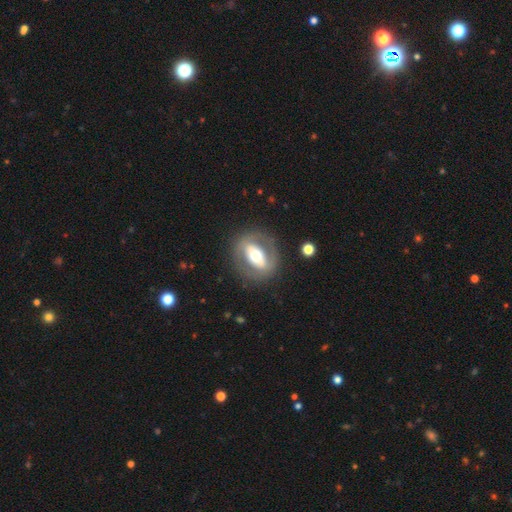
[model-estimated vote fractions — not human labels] Smooth or featured: featured or disk — 60% (smooth — 34%)
Edge-on disk: no — 90% (yes — 10%)
Bar: strong — 45% (no — 32%)
Spiral arms: no — 74% (yes — 26%)
Bulge size: moderate — 61% (large — 27%)
Merging: none — 79% (minor disturbance — 12%)